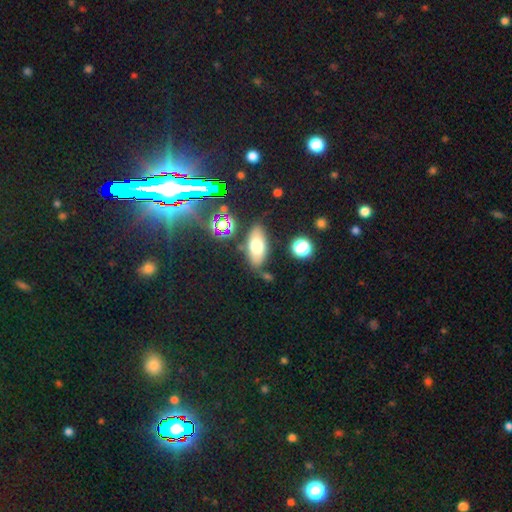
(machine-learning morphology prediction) Overall: smooth (67%). How rounded: in between (85%). Merging: none (76%).